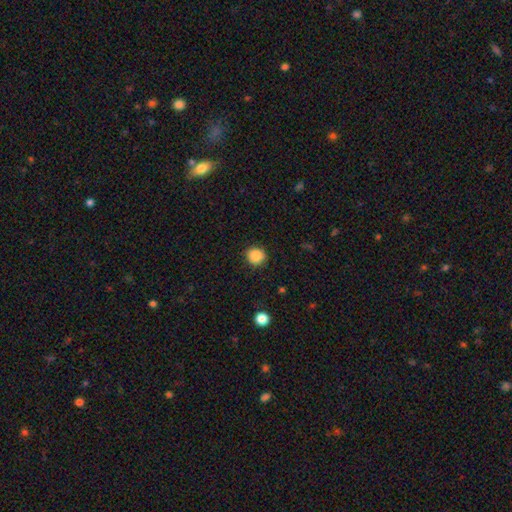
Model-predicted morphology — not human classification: smooth_or_featured: smooth (p=0.87) [alt: star or artifact p=0.10]
how_rounded: round (p=0.86) [alt: in between p=0.13]
merging: none (p=0.87) [alt: minor disturbance p=0.10]